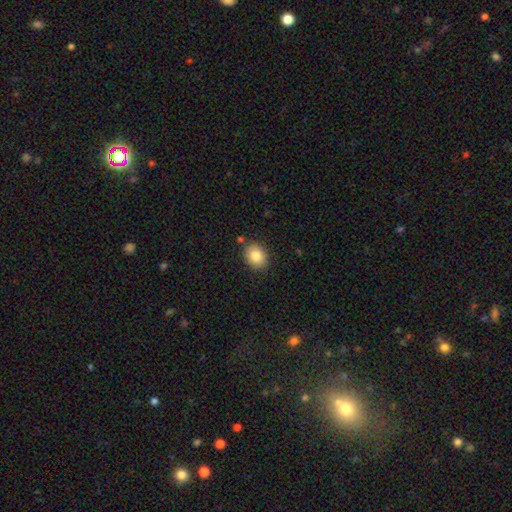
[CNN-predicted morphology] Smooth or featured? Predicted: smooth (p=0.85). How rounded? Predicted: in between (p=0.50). Merging? Predicted: none (p=0.84).